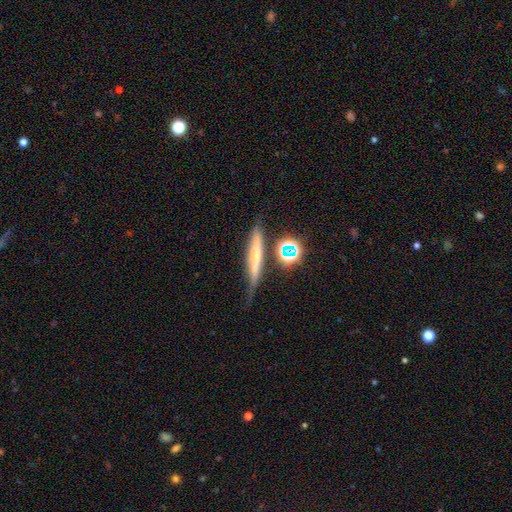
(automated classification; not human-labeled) Smooth or featured? featured or disk (55%)
Edge-on disk? yes (89%)
Merging? none (70%)